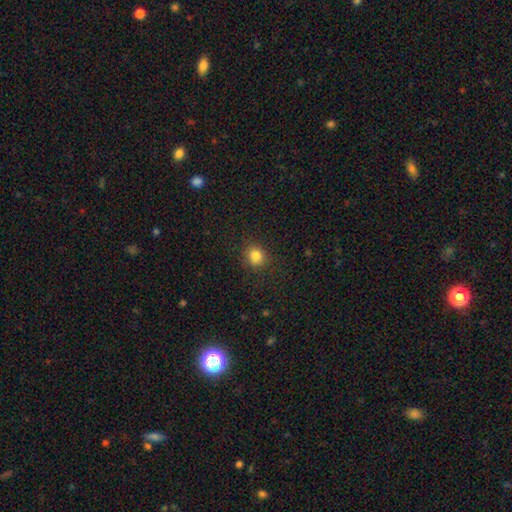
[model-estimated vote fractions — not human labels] A smooth galaxy with no disk features (83%) that is round (82%). Merging: none (87%).